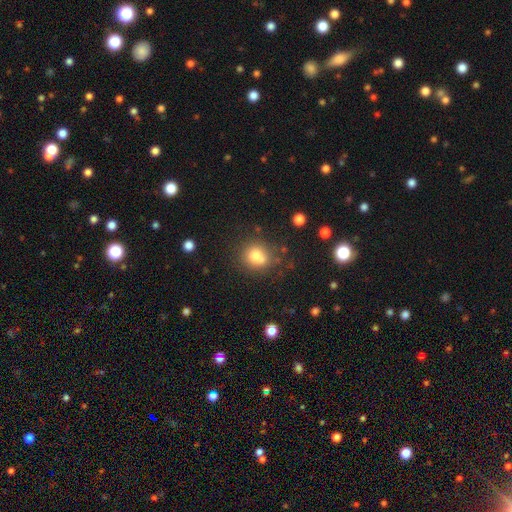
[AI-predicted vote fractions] Q: Smooth or featured?
A: smooth (73%); runner-up: featured or disk (15%)
Q: How rounded?
A: round (78%); runner-up: in between (21%)
Q: Merging?
A: none (53%); runner-up: merger (26%)